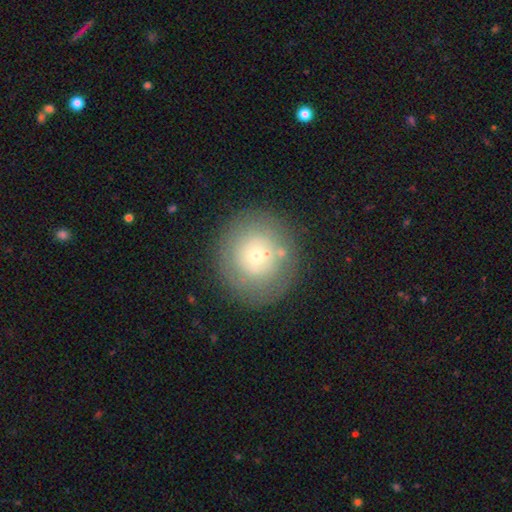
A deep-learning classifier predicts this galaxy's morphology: Q: Smooth or featured?
A: smooth (56%); runner-up: featured or disk (33%)
Q: How rounded?
A: round (89%); runner-up: in between (10%)
Q: Merging?
A: none (78%); runner-up: minor disturbance (12%)